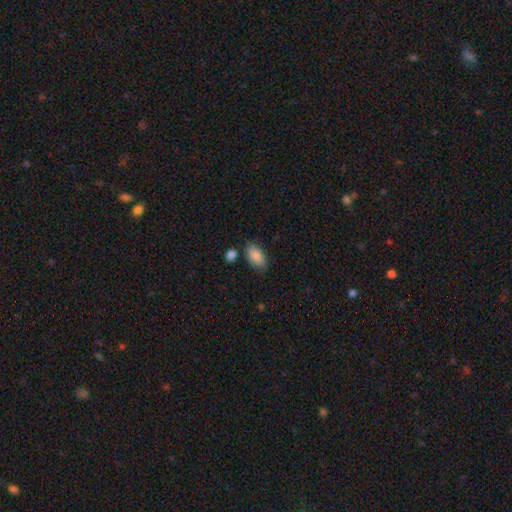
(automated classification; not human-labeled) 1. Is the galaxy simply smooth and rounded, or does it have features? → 88% smooth, 7% star or artifact, 6% featured or disk.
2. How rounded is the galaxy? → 94% in between, 4% round, 3% cigar-shaped.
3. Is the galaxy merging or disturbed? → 77% none, 14% minor disturbance, 6% merger, 3% major disturbance.